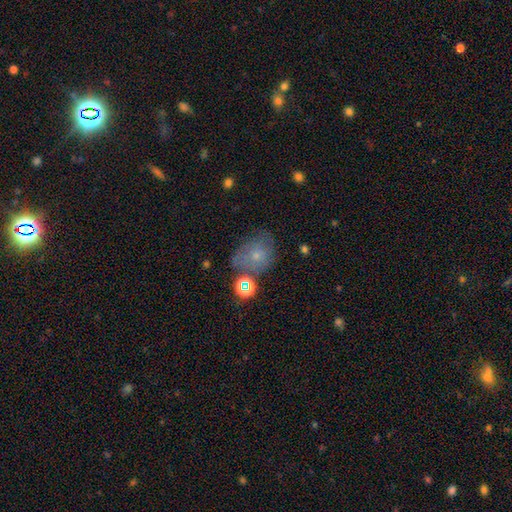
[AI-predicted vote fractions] Overall: smooth (55%; featured or disk 27%). How rounded: round (51%; in between 48%). Merging: none (48%; minor disturbance 25%).